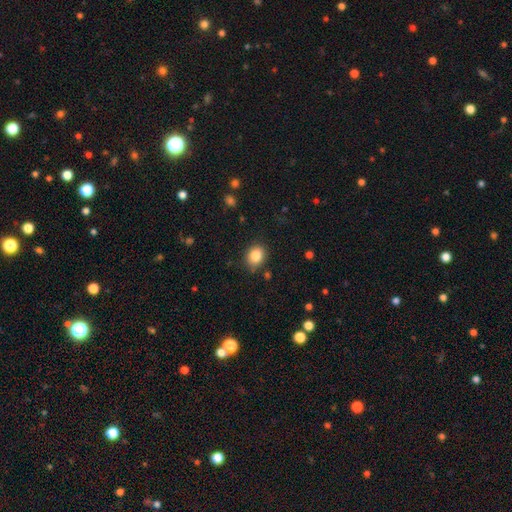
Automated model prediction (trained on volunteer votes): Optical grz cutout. It shows a smooth galaxy with no disk features (84%) that is round (56%). Merging: none (84%).